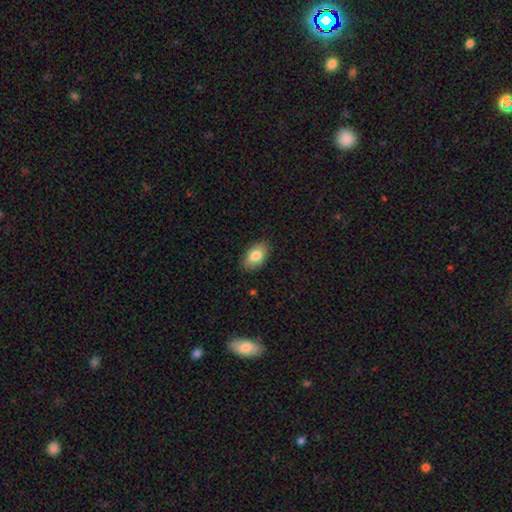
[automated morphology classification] Overall: smooth (81%). How rounded: in between (91%). Merging: none (86%).